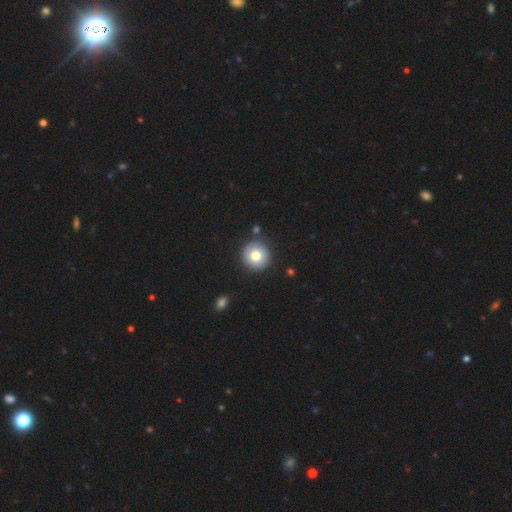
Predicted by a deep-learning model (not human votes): Overall: smooth (77%). How rounded: round (93%). Merging: none (87%).